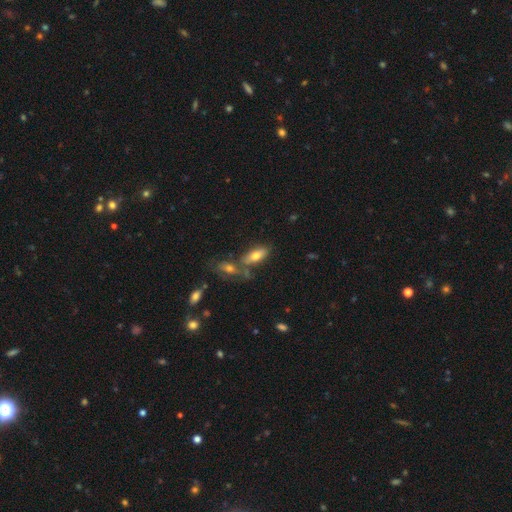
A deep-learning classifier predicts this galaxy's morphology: smooth-or-featured: smooth: 73% | featured or disk: 19% | star or artifact: 8%
  how-rounded: in between: 80% | cigar-shaped: 18% | round: 3%
  merging: none: 55% | merger: 28% | minor disturbance: 13% | major disturbance: 4%